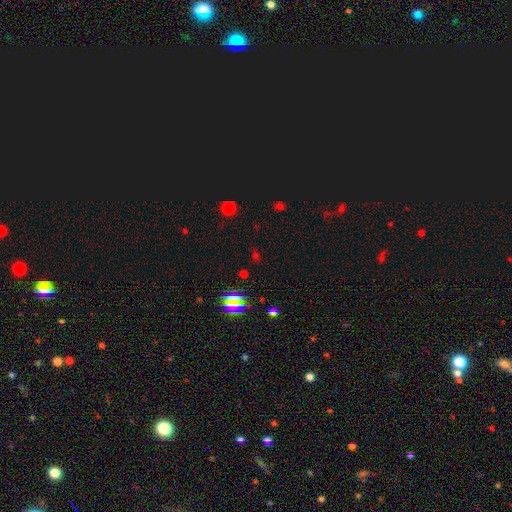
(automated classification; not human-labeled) Smooth or featured? star or artifact (66%)